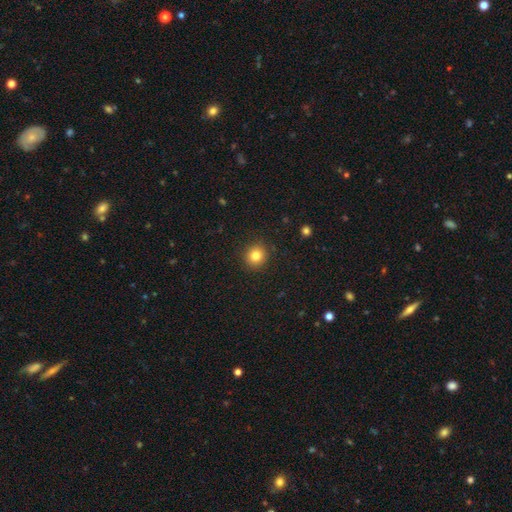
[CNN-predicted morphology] This appears to be a smooth galaxy with no disk features (82%) that is round (91%). Merging: none (91%).